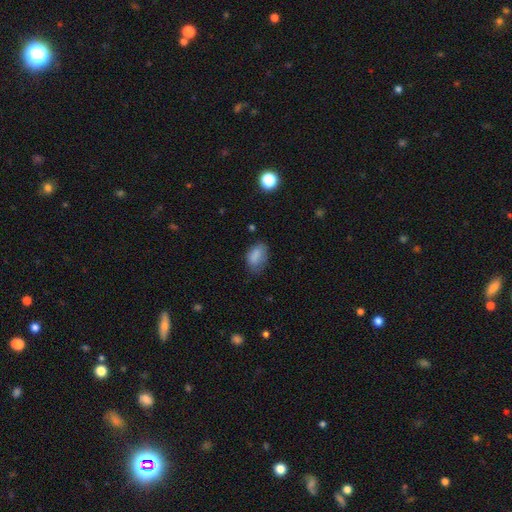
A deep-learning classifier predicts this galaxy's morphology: Smooth or featured? Predicted: smooth (p=0.82). How rounded? Predicted: in between (p=0.88). Merging? Predicted: none (p=0.57).